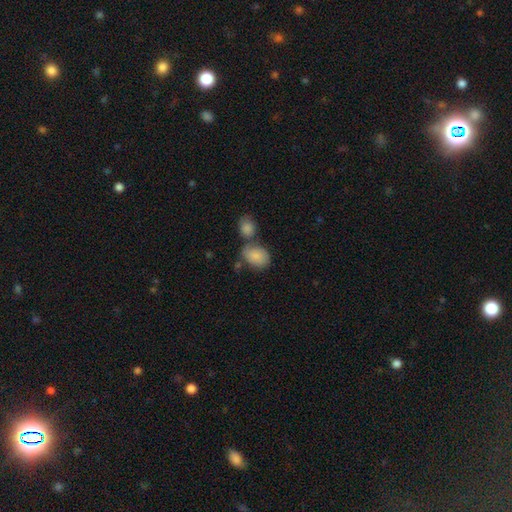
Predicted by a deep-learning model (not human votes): A smooth galaxy with no disk features (85%) that is in between round and cigar-shaped (70%). Merging: none (44%).